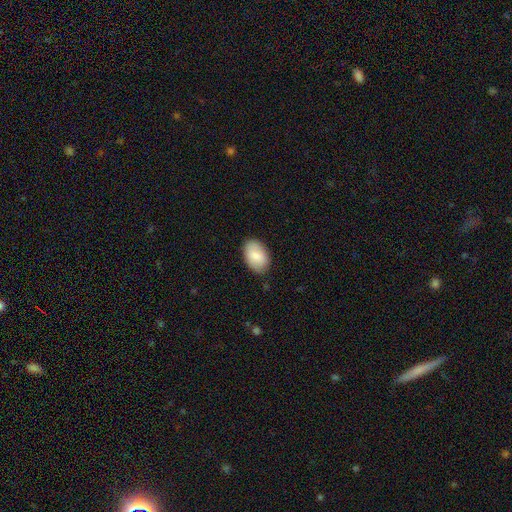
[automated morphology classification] Smooth or featured? Predicted: smooth (p=0.83). How rounded? Predicted: in between (p=0.91). Merging? Predicted: none (p=0.82).